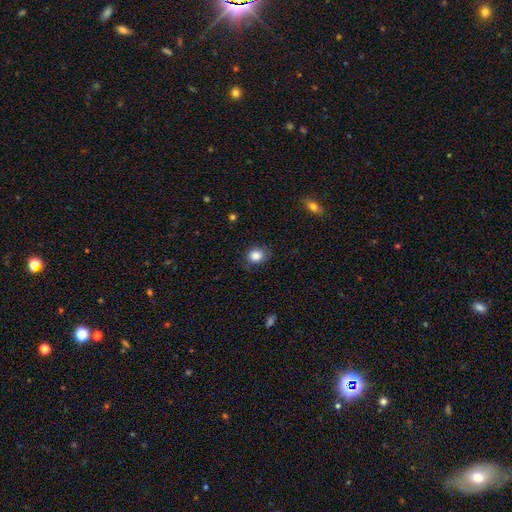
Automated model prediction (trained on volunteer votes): smooth-or-featured: smooth: 85% | star or artifact: 9% | featured or disk: 6%
  how-rounded: round: 57% | in between: 42% | cigar-shaped: 1%
  merging: none: 77% | minor disturbance: 17% | major disturbance: 5% | merger: 1%